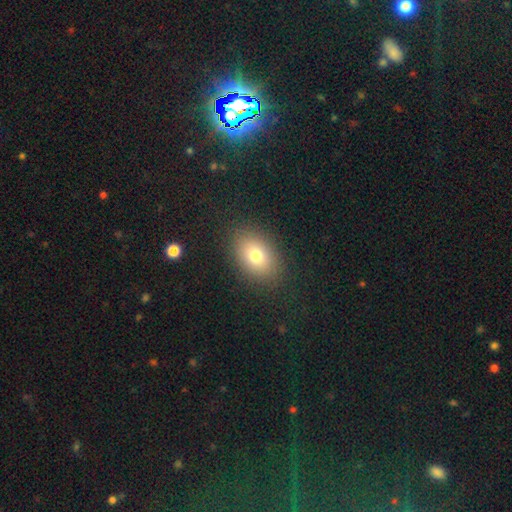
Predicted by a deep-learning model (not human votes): Smooth or featured? Predicted: smooth (p=0.76). How rounded? Predicted: in between (p=0.76). Merging? Predicted: none (p=0.87).